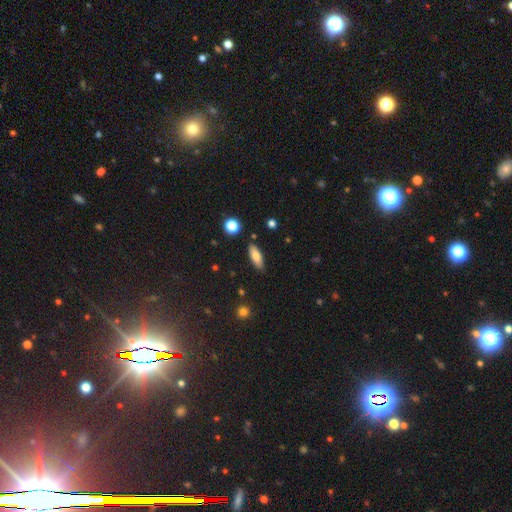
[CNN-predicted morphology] A smooth galaxy with no disk features (76%) that is in between round and cigar-shaped (65%). Merging: none (84%).